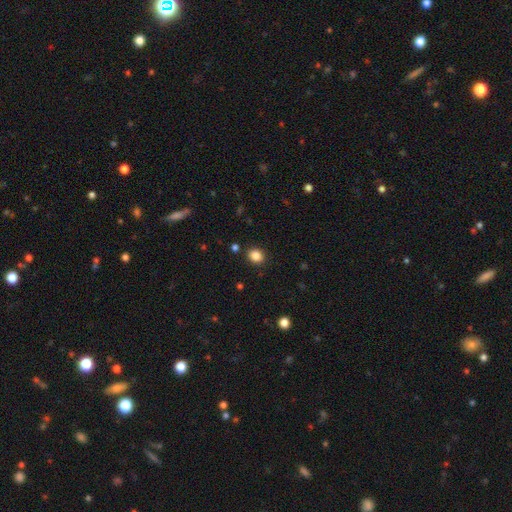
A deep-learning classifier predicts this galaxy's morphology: Smooth or featured? Predicted: smooth (p=0.85). How rounded? Predicted: round (p=0.68). Merging? Predicted: none (p=0.89).